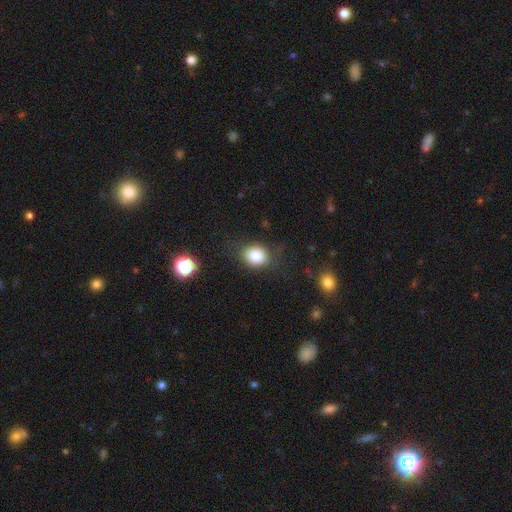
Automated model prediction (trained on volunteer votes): smooth_or_featured: smooth (p=0.85) [alt: star or artifact p=0.10]
how_rounded: round (p=0.53) [alt: in between p=0.45]
merging: none (p=0.74) [alt: minor disturbance p=0.17]